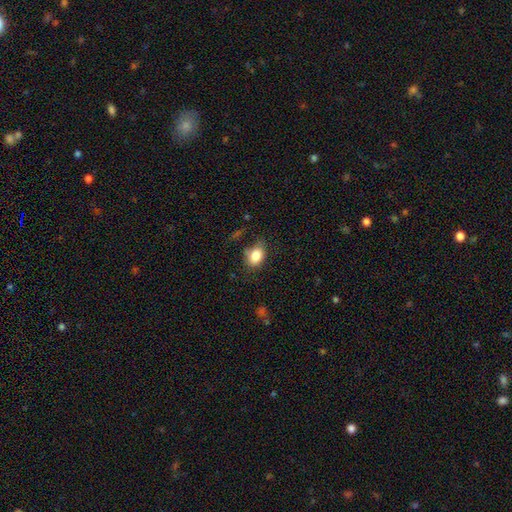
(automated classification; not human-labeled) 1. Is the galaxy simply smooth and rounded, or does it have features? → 83% smooth, 9% star or artifact, 8% featured or disk.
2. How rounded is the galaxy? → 72% in between, 27% round, 1% cigar-shaped.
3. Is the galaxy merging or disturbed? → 62% none, 25% minor disturbance, 9% major disturbance, 4% merger.